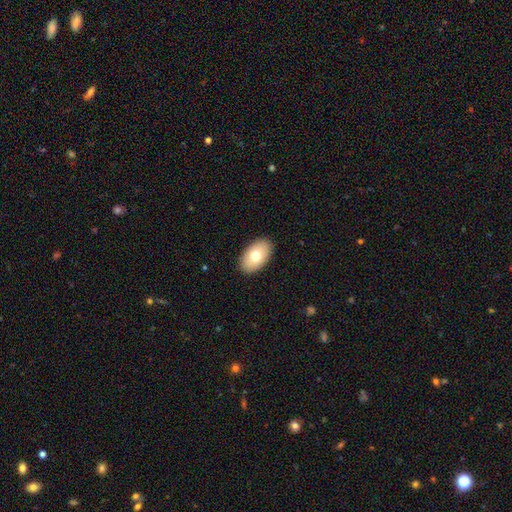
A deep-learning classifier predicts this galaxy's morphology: Q: Smooth or featured?
A: smooth (72%); runner-up: featured or disk (21%)
Q: How rounded?
A: in between (94%); runner-up: round (5%)
Q: Merging?
A: none (90%); runner-up: minor disturbance (8%)